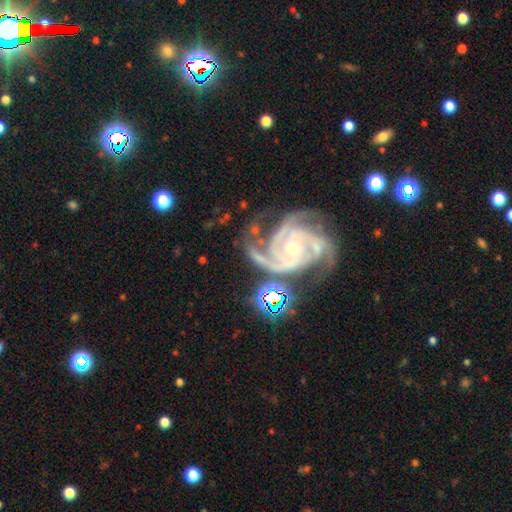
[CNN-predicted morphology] featured or disk 81%, star or artifact 11%, smooth 8%. Down the decision tree: edge-on disk — no (97%); bar — no (60%); spiral arms — yes (97%); spiral arm count — 3 (36%); spiral winding — tight (45%); bulge size — moderate (60%); merging — none (48%).